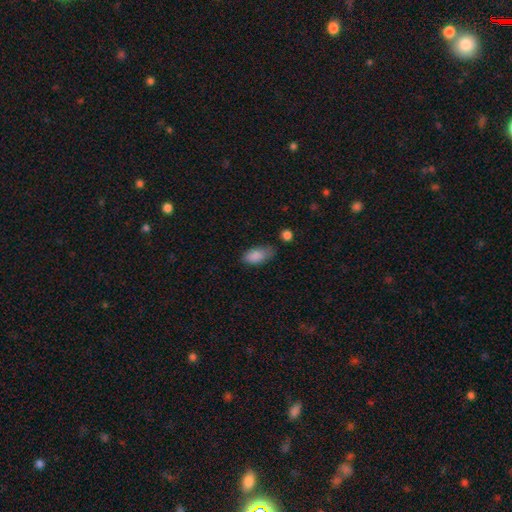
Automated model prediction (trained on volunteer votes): A smooth galaxy with no disk features (87%) that is in between round and cigar-shaped (91%). Merging: none (60%).